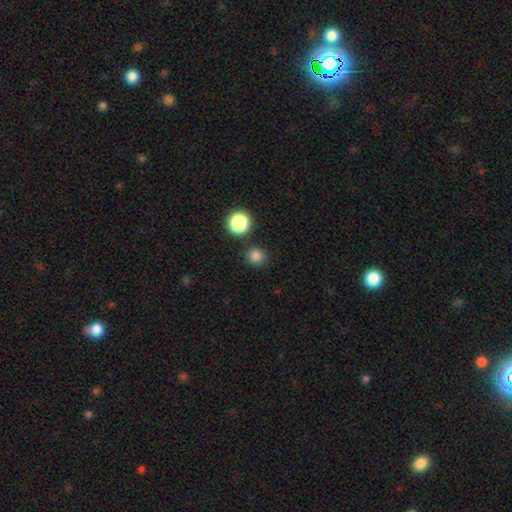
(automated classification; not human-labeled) smooth-or-featured: smooth: 82% | star or artifact: 14% | featured or disk: 4%
  how-rounded: round: 91% | in between: 8% | cigar-shaped: 1%
  merging: none: 84% | minor disturbance: 8% | merger: 5% | major disturbance: 3%